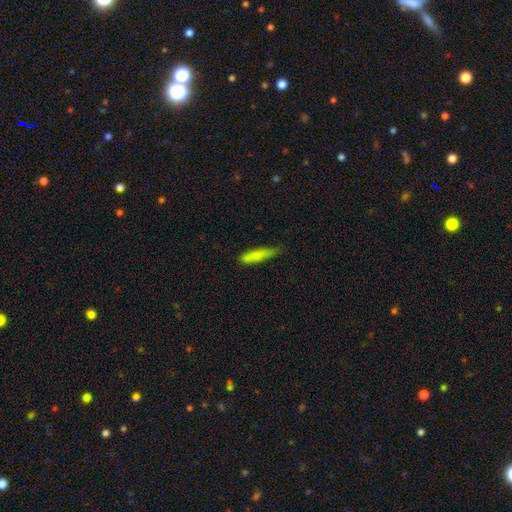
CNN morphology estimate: Smooth or featured? Predicted: smooth (p=0.82). How rounded? Predicted: cigar-shaped (p=0.80). Merging? Predicted: none (p=0.71).